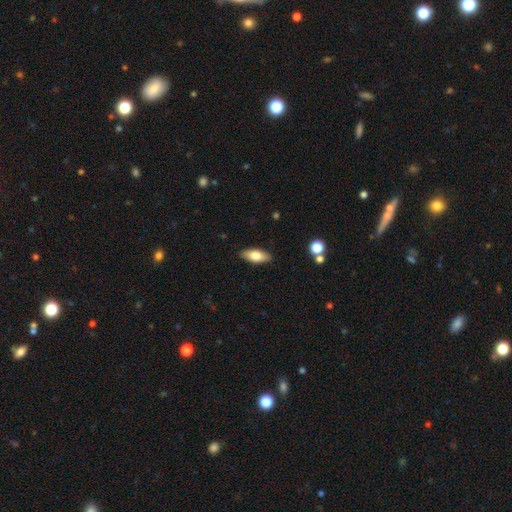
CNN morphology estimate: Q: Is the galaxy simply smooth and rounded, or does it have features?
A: smooth — 74%.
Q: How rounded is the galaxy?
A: in between — 81%.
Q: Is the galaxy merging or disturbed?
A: none — 88%.